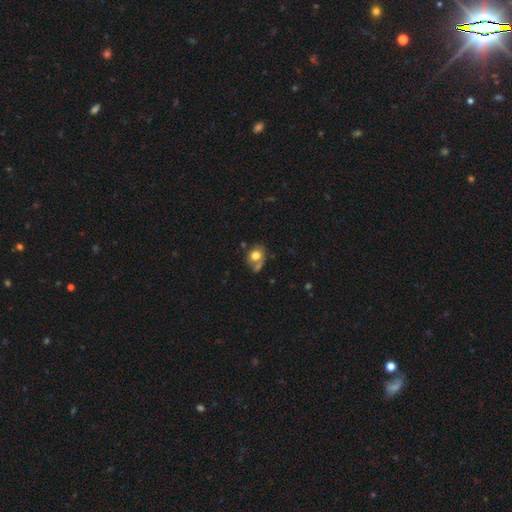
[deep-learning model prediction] Smooth or featured? smooth (71%)
How rounded? round (50%)
Merging? none (47%)